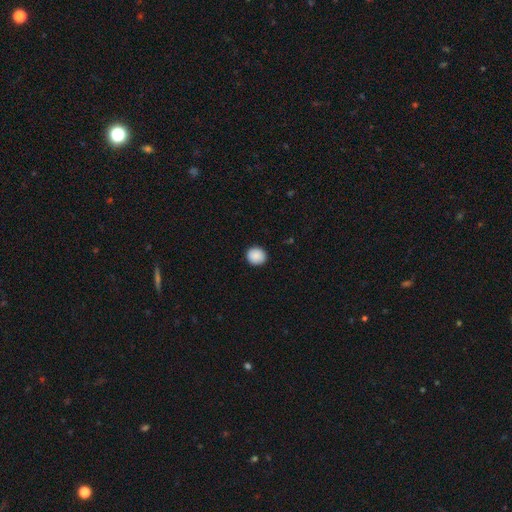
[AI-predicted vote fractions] Smooth or featured?
  - smooth: 90% *
  - star or artifact: 8%
  - featured or disk: 3%
How rounded?
  - round: 87% *
  - in between: 12%
  - cigar-shaped: 1%
Merging?
  - none: 92% *
  - minor disturbance: 6%
  - major disturbance: 2%
  - merger: 1%